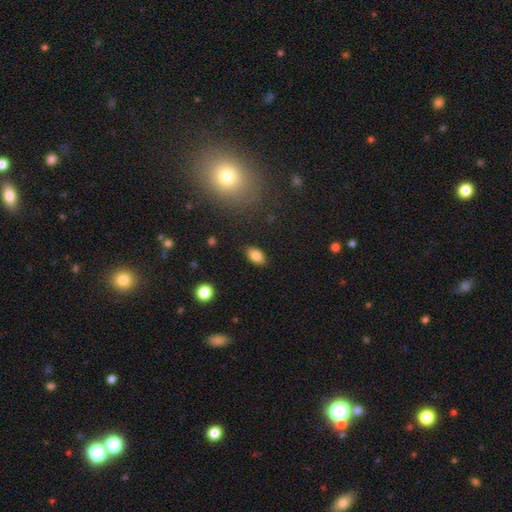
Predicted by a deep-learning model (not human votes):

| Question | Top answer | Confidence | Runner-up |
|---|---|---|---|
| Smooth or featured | smooth | 82% | featured or disk (9%) |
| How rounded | in between | 90% | round (7%) |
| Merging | none | 87% | minor disturbance (9%) |